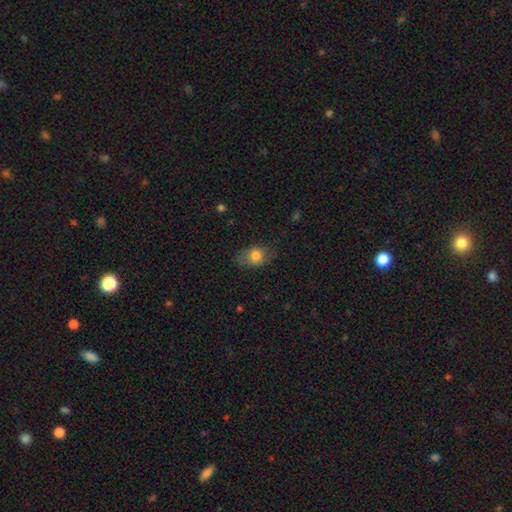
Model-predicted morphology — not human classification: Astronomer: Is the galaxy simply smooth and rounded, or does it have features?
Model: smooth — 78%.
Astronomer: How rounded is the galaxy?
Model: in between — 69%.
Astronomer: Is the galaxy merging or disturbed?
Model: none — 72%.